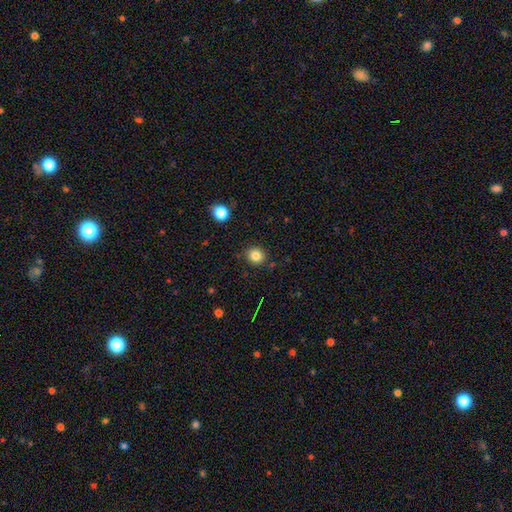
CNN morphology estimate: smooth 82%, star or artifact 12%, featured or disk 6%. Down the decision tree: how rounded — round (86%); merging — none (87%).